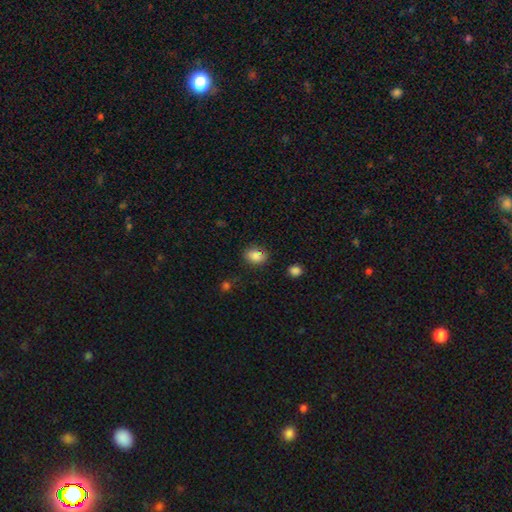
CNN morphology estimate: smooth-or-featured: smooth: 84% | star or artifact: 10% | featured or disk: 6%
  how-rounded: in between: 64% | round: 35% | cigar-shaped: 1%
  merging: none: 76% | minor disturbance: 16% | merger: 4% | major disturbance: 4%